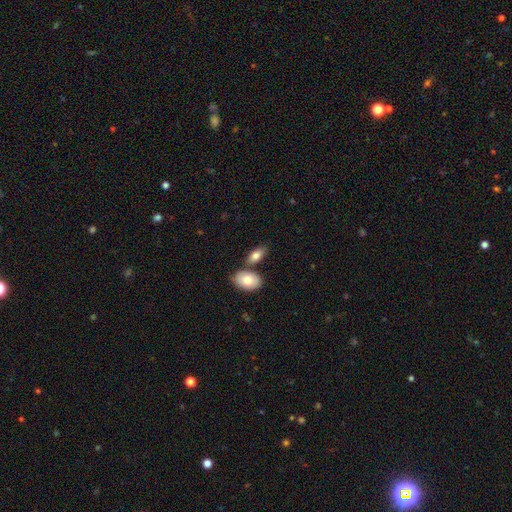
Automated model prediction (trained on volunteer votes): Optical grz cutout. It shows a smooth galaxy with no disk features (75%) that is in between round and cigar-shaped (91%). Merging: none (62%).